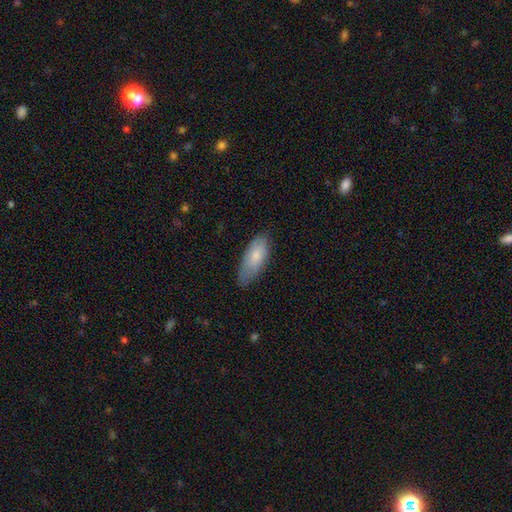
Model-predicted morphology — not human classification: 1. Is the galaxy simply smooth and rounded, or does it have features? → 79% smooth, 15% featured or disk, 6% star or artifact.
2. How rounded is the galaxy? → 81% in between, 17% cigar-shaped, 2% round.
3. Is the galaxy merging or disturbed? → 63% none, 30% minor disturbance, 6% major disturbance, 1% merger.